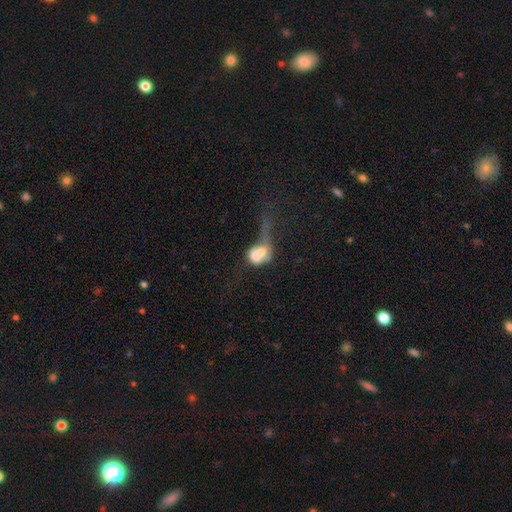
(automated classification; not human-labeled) smooth 57%, featured or disk 34%, star or artifact 9%. Down the decision tree: how rounded — round (48%, tied with in between); merging — merger (67%).